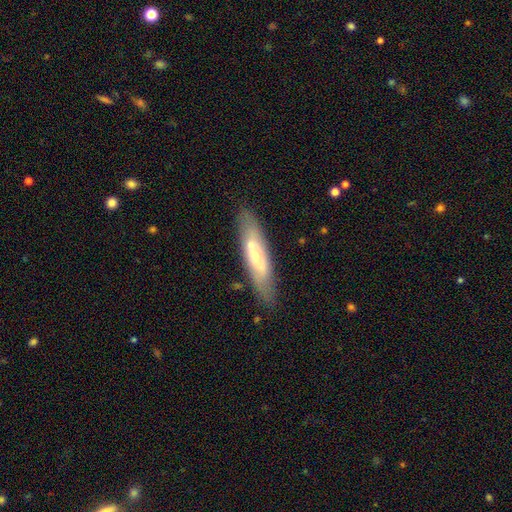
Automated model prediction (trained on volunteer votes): Smooth or featured? featured or disk (50%)
Edge-on disk? no (56%)
Merging? none (73%)